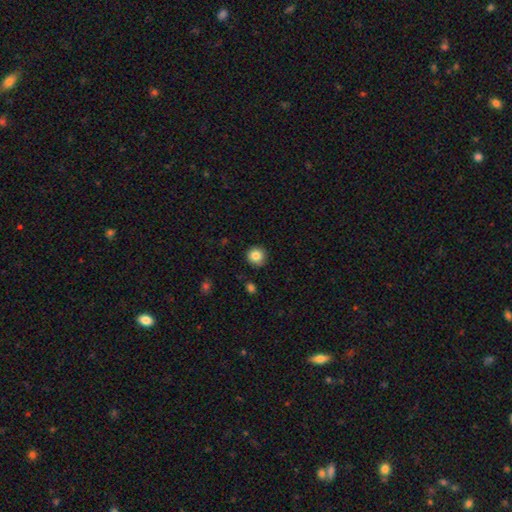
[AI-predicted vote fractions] The model was most divided on "smooth or featured": smooth: 84%, star or artifact: 10%, featured or disk: 6%. More confident: how rounded — round (94%); merging — none (89%).